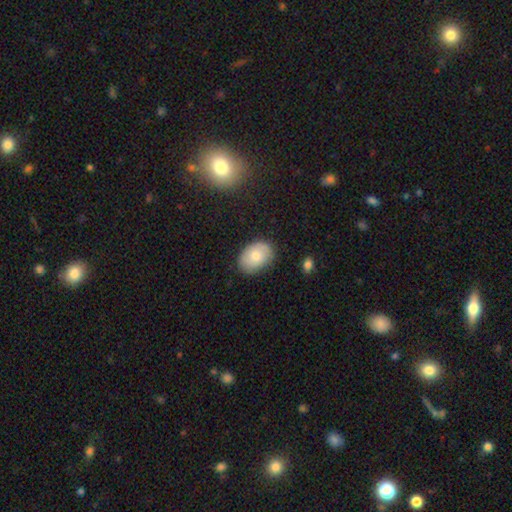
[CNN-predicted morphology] The model was most divided on "smooth or featured": smooth: 79%, featured or disk: 14%, star or artifact: 7%. More confident: how rounded — in between (83%); merging — none (82%).